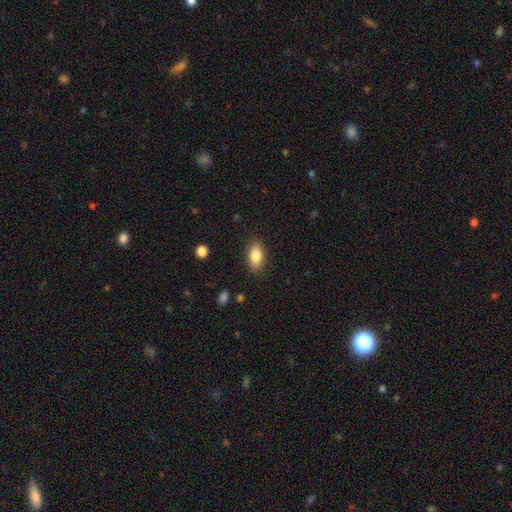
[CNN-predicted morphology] smooth 85%, star or artifact 8%, featured or disk 8%. Down the decision tree: how rounded — in between (89%); merging — none (86%).